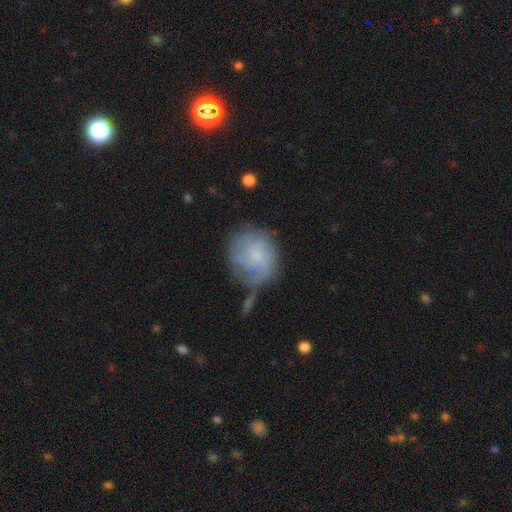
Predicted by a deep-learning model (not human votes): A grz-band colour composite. It shows a featured or disk galaxy (55%) with no bar (69%), spiral arms (80%) and a small central bulge (58%). Merging: none (51%).